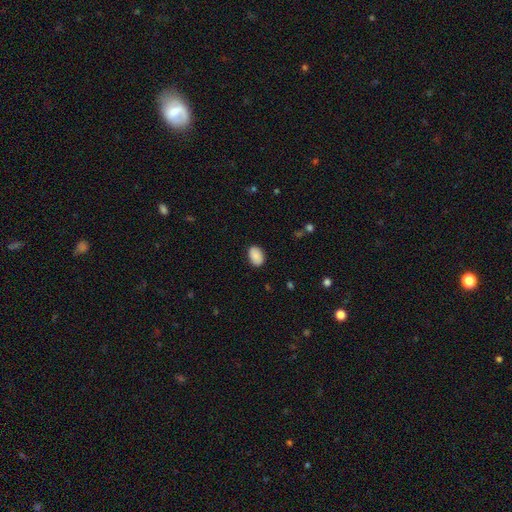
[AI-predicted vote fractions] This appears to be a smooth galaxy with no disk features (89%) that is in between round and cigar-shaped (86%). Merging: none (87%).